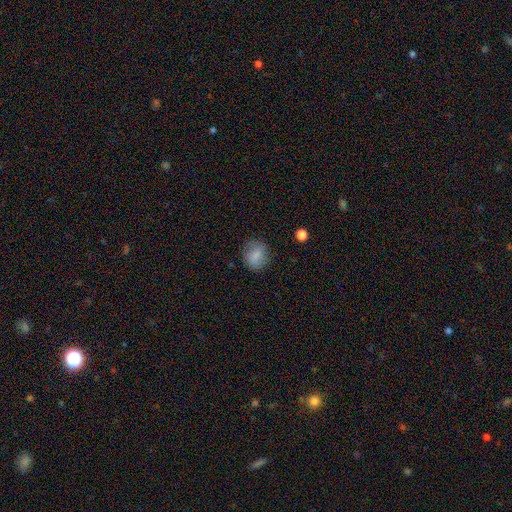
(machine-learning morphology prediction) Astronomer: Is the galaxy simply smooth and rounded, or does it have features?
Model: smooth — 82%.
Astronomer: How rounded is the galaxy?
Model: round — 68%.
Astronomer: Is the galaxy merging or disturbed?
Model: none — 80%.